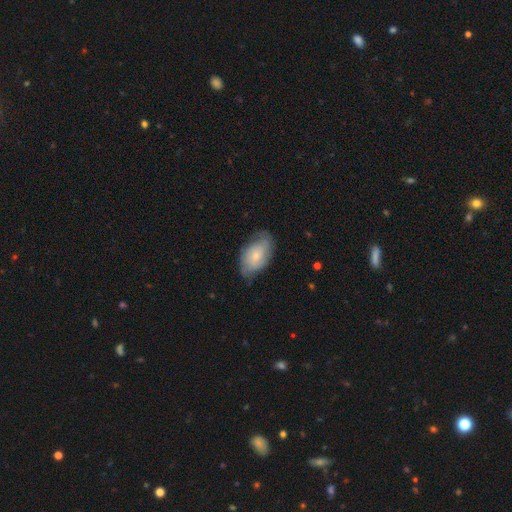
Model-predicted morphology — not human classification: This appears to be a smooth galaxy with no disk features (53%) that is in between round and cigar-shaped (91%). Merging: none (64%).